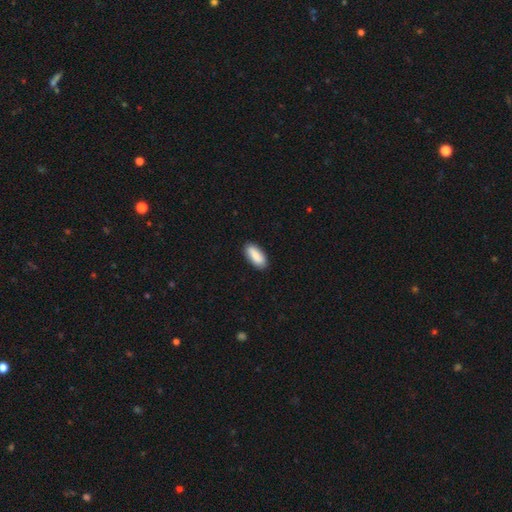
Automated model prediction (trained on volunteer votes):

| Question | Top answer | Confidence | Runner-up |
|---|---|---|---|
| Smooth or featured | smooth | 86% | featured or disk (8%) |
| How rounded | in between | 83% | cigar-shaped (15%) |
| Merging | none | 87% | minor disturbance (10%) |